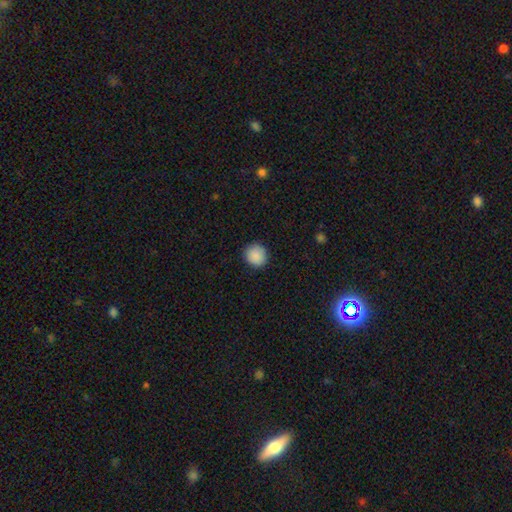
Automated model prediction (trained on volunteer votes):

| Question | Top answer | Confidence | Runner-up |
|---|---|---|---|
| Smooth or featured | smooth | 90% | star or artifact (8%) |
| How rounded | round | 91% | in between (8%) |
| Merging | none | 91% | minor disturbance (7%) |